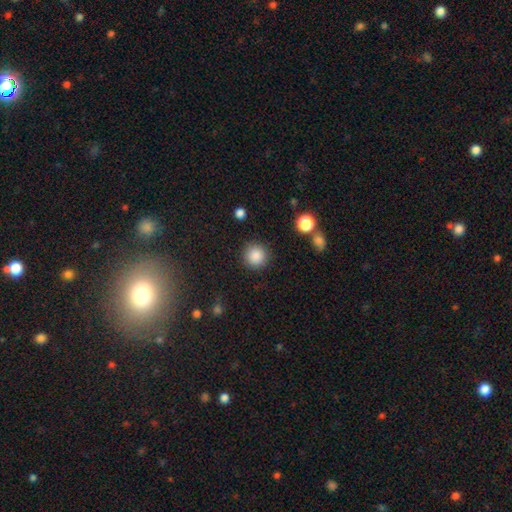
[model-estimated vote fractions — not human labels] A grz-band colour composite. It shows a smooth galaxy with no disk features (87%) that is round (94%). Merging: none (89%).